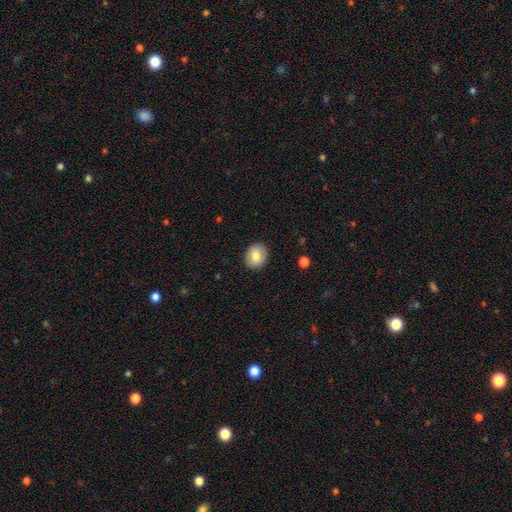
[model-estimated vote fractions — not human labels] The model was most divided on "how rounded": round: 60%, in between: 39%, cigar-shaped: 1%. More confident: merging — none (89%); smooth or featured — smooth (79%).